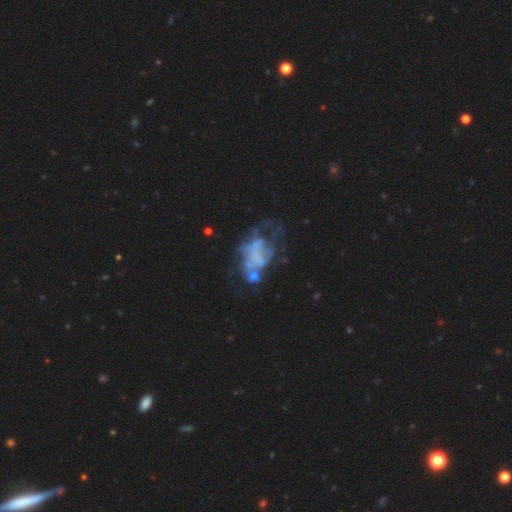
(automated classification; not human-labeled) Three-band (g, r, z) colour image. It shows a featured or disk galaxy (62%) with no bar (88%), no spiral arms (83%) and no central bulge (79%). Merging: major disturbance (41%).